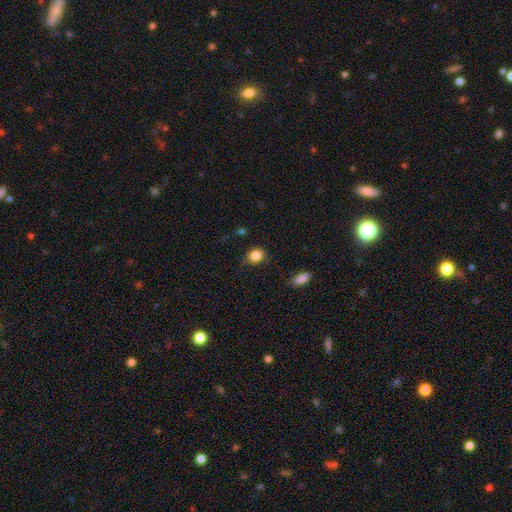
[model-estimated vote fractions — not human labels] Smooth or featured? smooth (86%)
How rounded? round (66%)
Merging? none (76%)